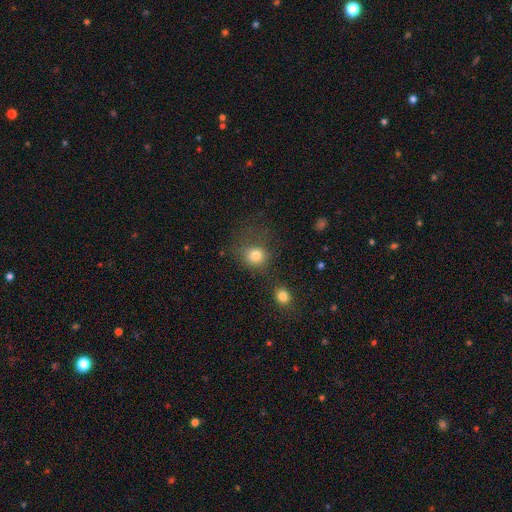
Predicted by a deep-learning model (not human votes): A smooth galaxy with no disk features (78%) that is round (79%). Merging: none (57%).